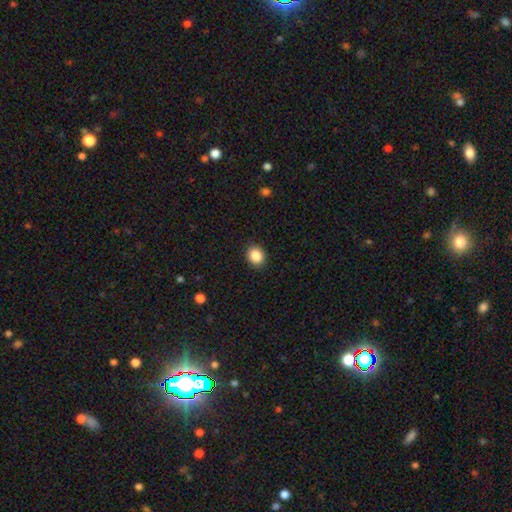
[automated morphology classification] smooth_or_featured: smooth (p=0.87) [alt: star or artifact p=0.09]
how_rounded: round (p=0.68) [alt: in between p=0.32]
merging: none (p=0.90) [alt: minor disturbance p=0.07]